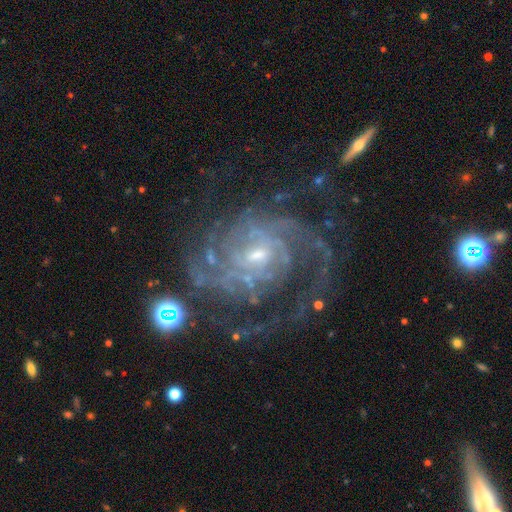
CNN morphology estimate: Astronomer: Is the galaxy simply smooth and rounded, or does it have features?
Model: featured or disk — 90%.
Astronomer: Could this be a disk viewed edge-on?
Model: no — 98%.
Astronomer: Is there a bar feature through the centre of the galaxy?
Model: no — 48% (runner-up: weak, 41%).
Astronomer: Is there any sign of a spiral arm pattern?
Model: yes — 97%.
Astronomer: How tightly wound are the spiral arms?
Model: tight — 55% (runner-up: medium, 35%).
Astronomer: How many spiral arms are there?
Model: can't tell — 25% (runner-up: 2, 24%).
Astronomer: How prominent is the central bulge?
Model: small — 62%.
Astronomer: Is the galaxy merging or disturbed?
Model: none — 62%.